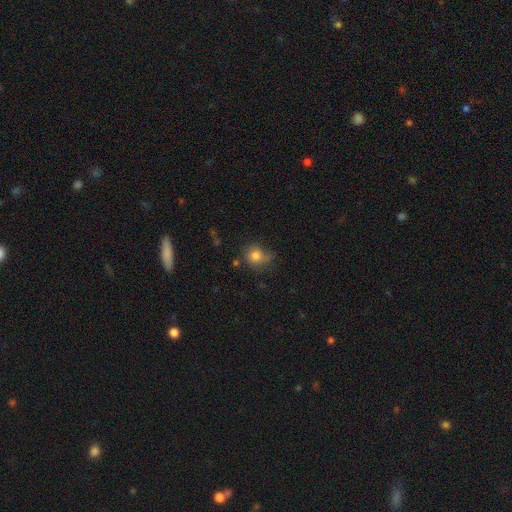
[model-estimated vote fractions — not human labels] The model was most divided on "merging": none: 55%, minor disturbance: 29%, major disturbance: 12%, merger: 4%. More confident: smooth or featured — smooth (78%); how rounded — round (75%).